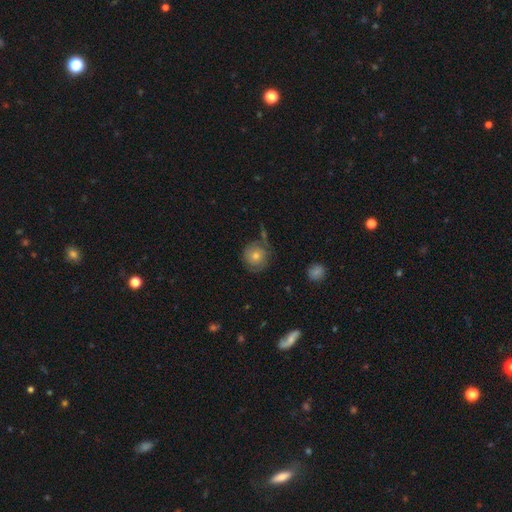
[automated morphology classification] smooth-or-featured: smooth: 60% | featured or disk: 29% | star or artifact: 12%
  how-rounded: round: 92% | in between: 7% | cigar-shaped: 1%
  merging: none: 72% | minor disturbance: 16% | major disturbance: 6% | merger: 6%